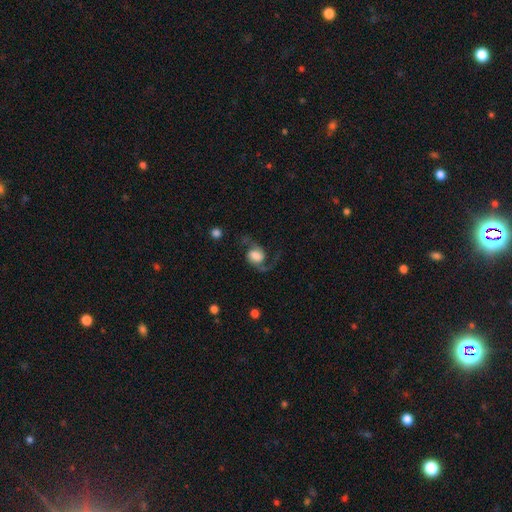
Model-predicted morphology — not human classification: featured or disk 79%, smooth 14%, star or artifact 7%. Down the decision tree: edge-on disk — no (98%); bar — no (59%); spiral arms — yes (96%); spiral arm count — 2 (91%); spiral winding — loose (67%); bulge size — large (46%); merging — none (66%).